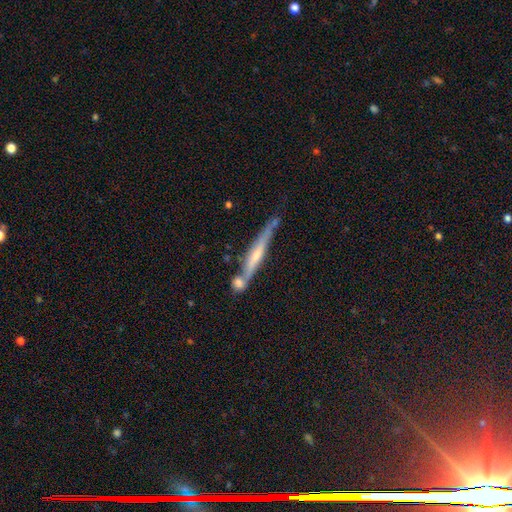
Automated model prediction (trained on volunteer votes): The model was most divided on "edge-on bulge": rounded: 52%, none: 35%, boxy: 13%. More confident: edge-on disk — yes (91%); smooth or featured — featured or disk (64%); merging — none (56%).